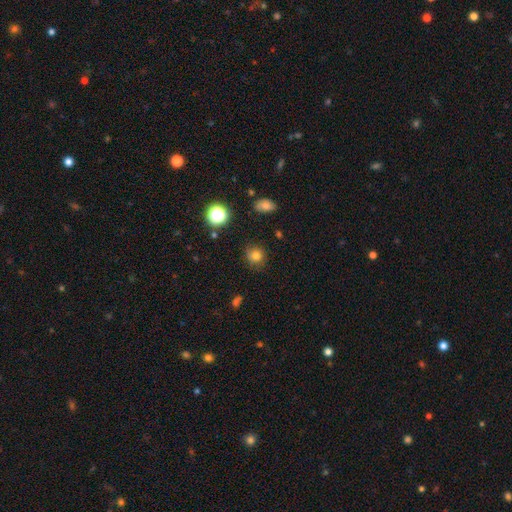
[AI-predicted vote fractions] This is likely a smooth galaxy (78%). How rounded: clearly round (87%). Merging: clearly none (83%).